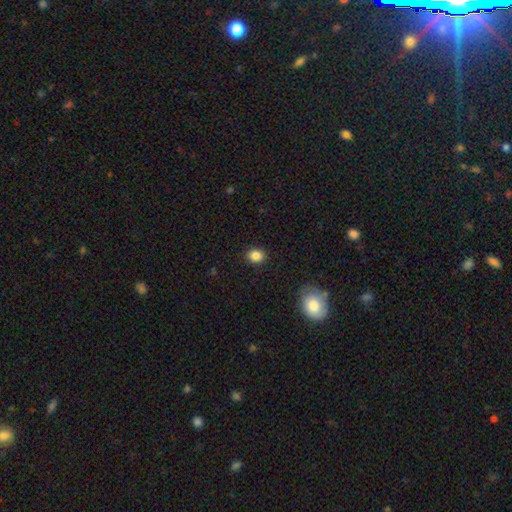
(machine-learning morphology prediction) Q: Smooth or featured?
A: smooth (86%); runner-up: star or artifact (10%)
Q: How rounded?
A: round (55%); runner-up: in between (44%)
Q: Merging?
A: none (90%); runner-up: minor disturbance (7%)